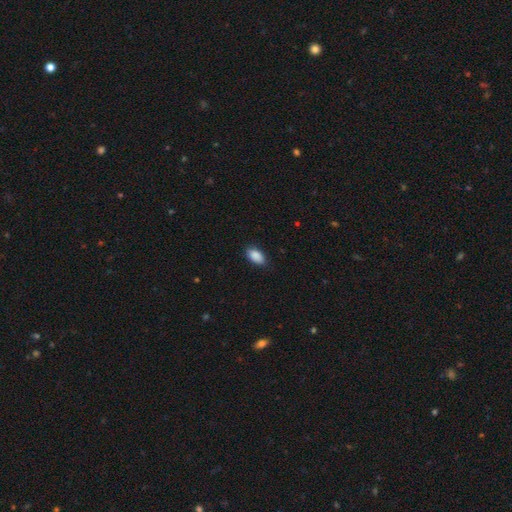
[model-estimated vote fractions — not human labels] smooth 90%, star or artifact 7%, featured or disk 3%. Down the decision tree: how rounded — in between (94%); merging — none (86%).